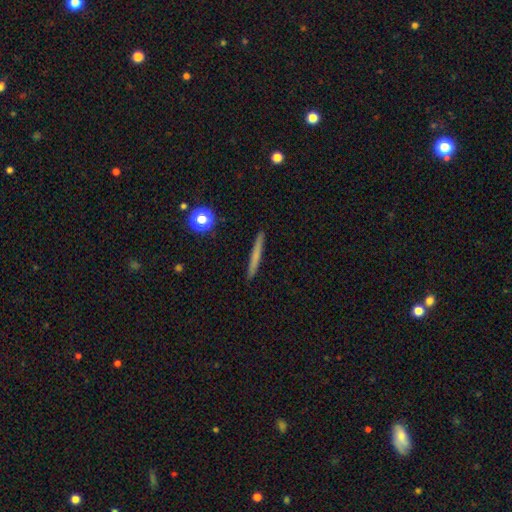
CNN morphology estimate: type=smooth (63%); roundness=cigar-shaped (95%); merging=none (92%).